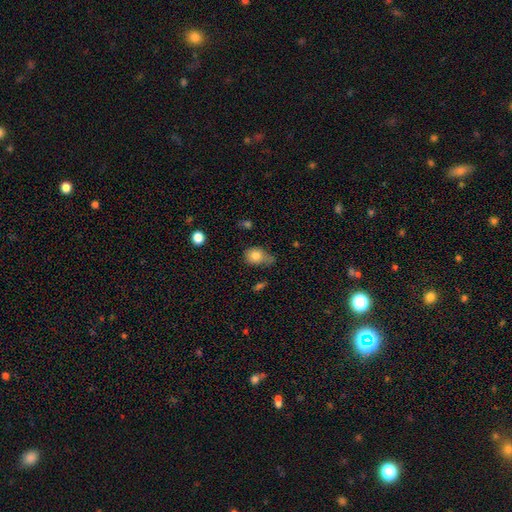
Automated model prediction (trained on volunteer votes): Q: Smooth or featured?
A: smooth (80%); runner-up: featured or disk (11%)
Q: How rounded?
A: in between (53%); runner-up: round (45%)
Q: Merging?
A: none (42%); runner-up: minor disturbance (39%)